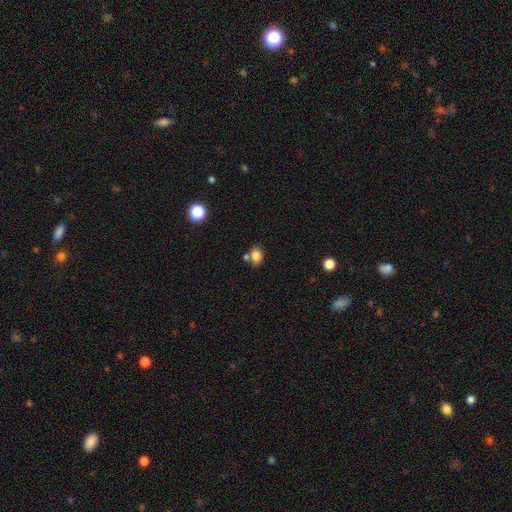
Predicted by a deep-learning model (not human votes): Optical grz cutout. It shows a smooth galaxy with no disk features (83%) that is in between round and cigar-shaped (60%). Merging: none (59%).